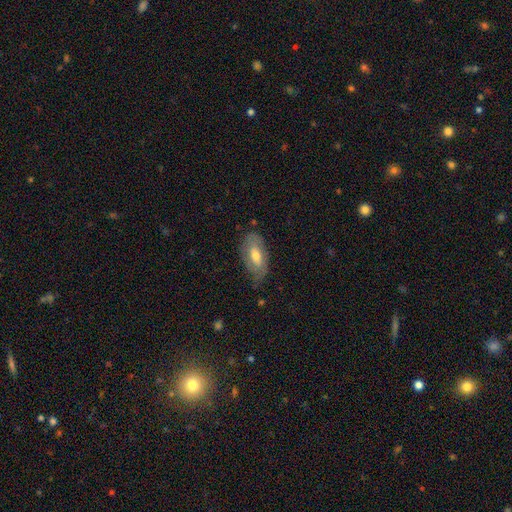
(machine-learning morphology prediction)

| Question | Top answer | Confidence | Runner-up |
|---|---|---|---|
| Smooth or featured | smooth | 52% | featured or disk (41%) |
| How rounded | in between | 87% | cigar-shaped (9%) |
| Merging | none | 68% | minor disturbance (25%) |